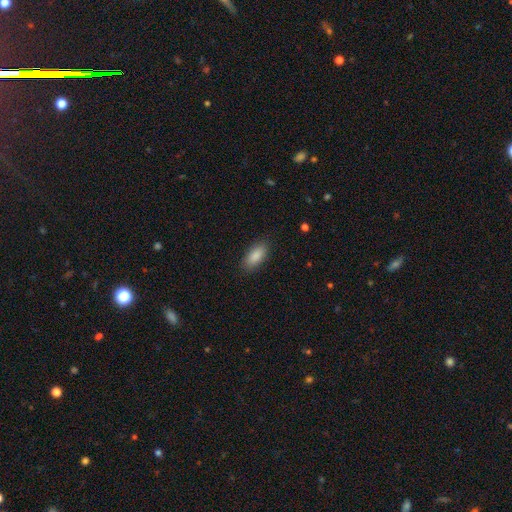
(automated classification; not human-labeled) smooth_or_featured: smooth (p=0.88) [alt: star or artifact p=0.07]
how_rounded: in between (p=0.88) [alt: cigar-shaped p=0.10]
merging: none (p=0.86) [alt: minor disturbance p=0.10]